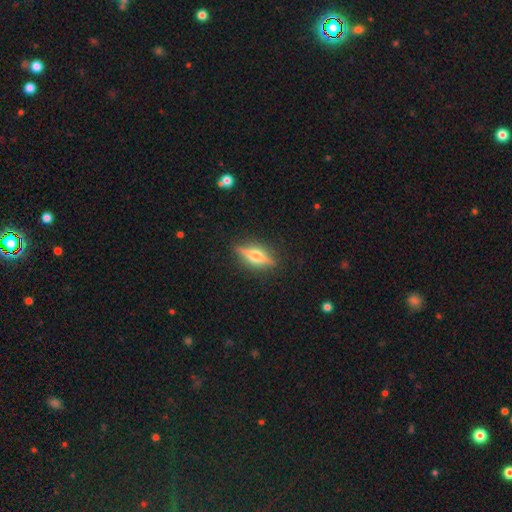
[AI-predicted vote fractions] smooth-or-featured: featured or disk: 66% | smooth: 26% | star or artifact: 7%
  disk-edge-on: yes: 94% | no: 6%
    edge-on-bulge: rounded: 93% | boxy: 5% | none: 2%
  merging: none: 87% | minor disturbance: 9% | major disturbance: 3% | merger: 1%